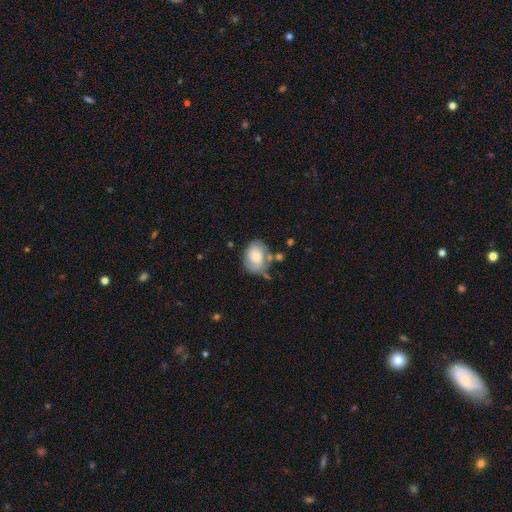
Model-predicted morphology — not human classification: Overall: smooth (57%; featured or disk 36%). How rounded: in between (63%; round 36%). Merging: none (55%; minor disturbance 27%).